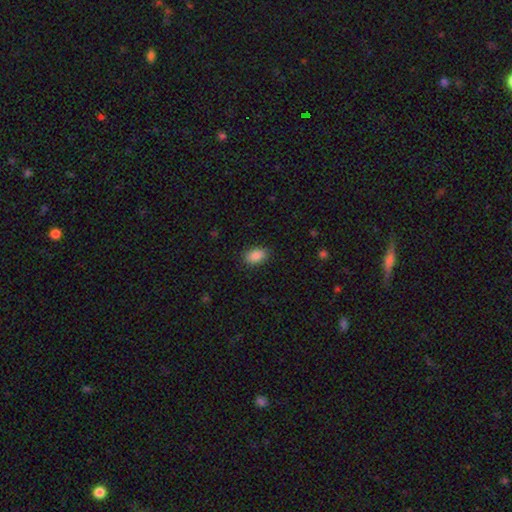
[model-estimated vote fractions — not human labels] A smooth galaxy with no disk features (88%) that is in between round and cigar-shaped (89%). Merging: none (85%).